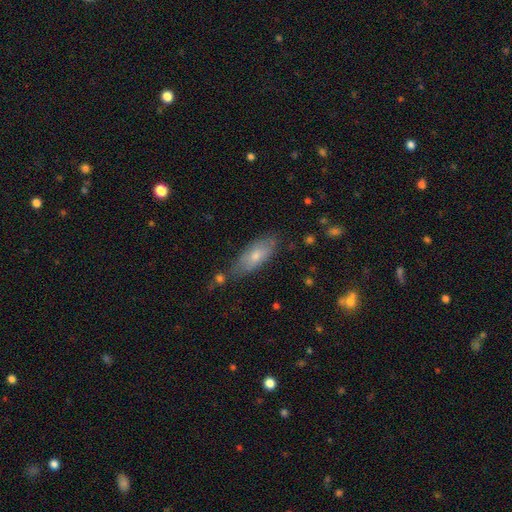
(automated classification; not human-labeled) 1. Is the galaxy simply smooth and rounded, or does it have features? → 67% smooth, 25% featured or disk, 7% star or artifact.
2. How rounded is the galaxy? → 73% in between, 25% cigar-shaped, 3% round.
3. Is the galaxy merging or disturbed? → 67% none, 22% minor disturbance, 6% merger, 5% major disturbance.